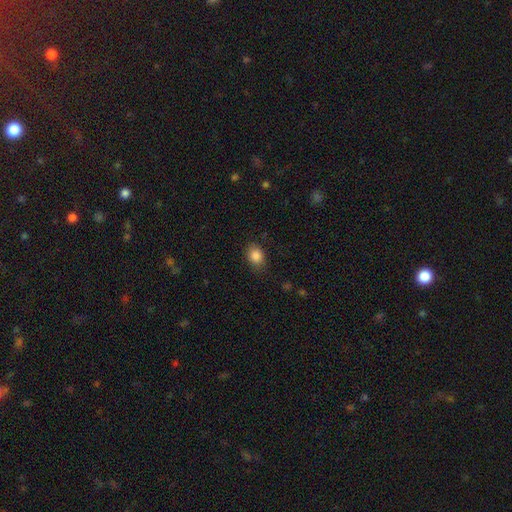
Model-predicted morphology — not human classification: smooth-or-featured: smooth: 86% | star or artifact: 9% | featured or disk: 5%
  how-rounded: in between: 57% | round: 42% | cigar-shaped: 1%
  merging: none: 80% | minor disturbance: 15% | major disturbance: 4% | merger: 1%